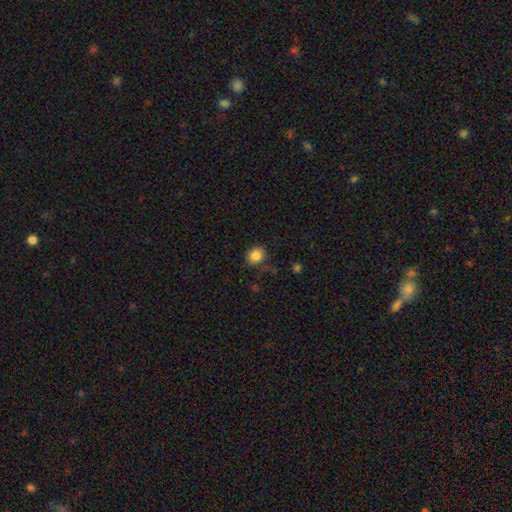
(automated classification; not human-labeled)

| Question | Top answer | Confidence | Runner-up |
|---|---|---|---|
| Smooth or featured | smooth | 83% | star or artifact (10%) |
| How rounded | round | 75% | in between (25%) |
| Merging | none | 78% | minor disturbance (16%) |